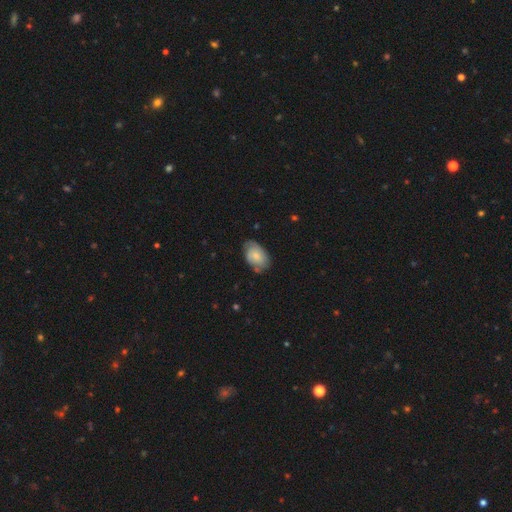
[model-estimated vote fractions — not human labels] Smooth or featured? smooth (64%)
How rounded? in between (88%)
Merging? none (61%)